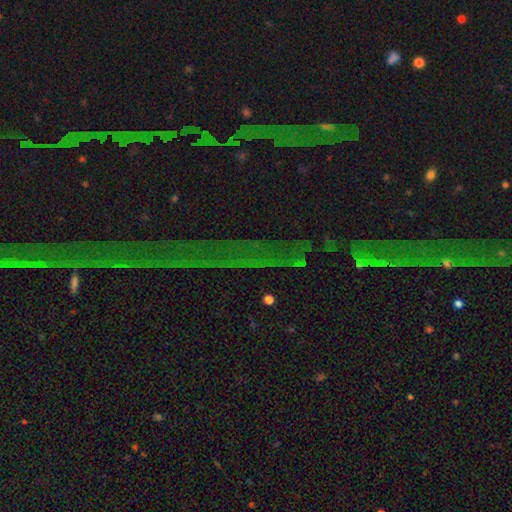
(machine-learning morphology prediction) This appears to be a star or artifact, not a galaxy (79%).